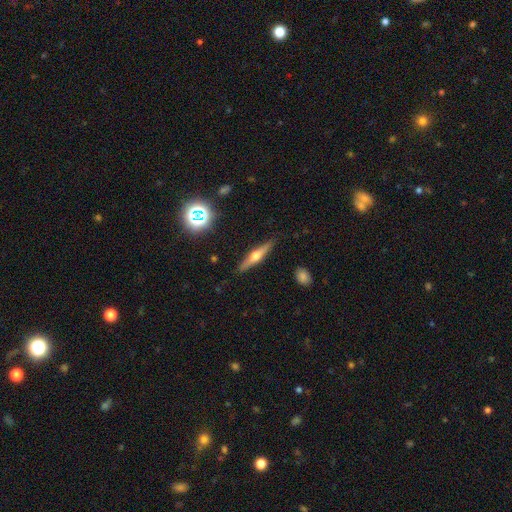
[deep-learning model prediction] This is likely a featured or disk galaxy (63%). It is clearly viewed edge-on (96%). Edge-on bulge: clearly rounded (94%). Merging: clearly none (88%).